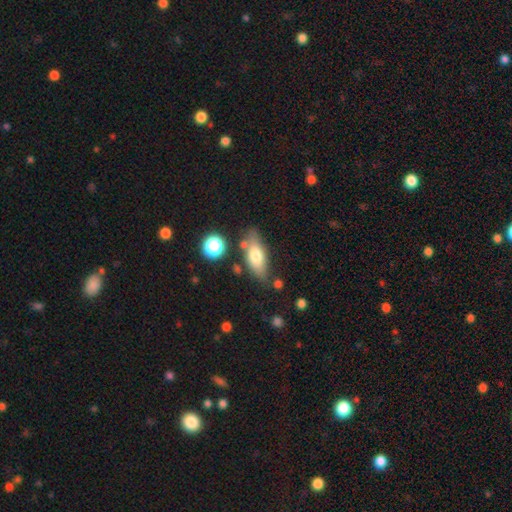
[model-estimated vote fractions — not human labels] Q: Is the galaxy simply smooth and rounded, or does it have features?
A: smooth — 70%.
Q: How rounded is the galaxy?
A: in between — 75%.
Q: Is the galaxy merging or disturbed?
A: none — 70%.